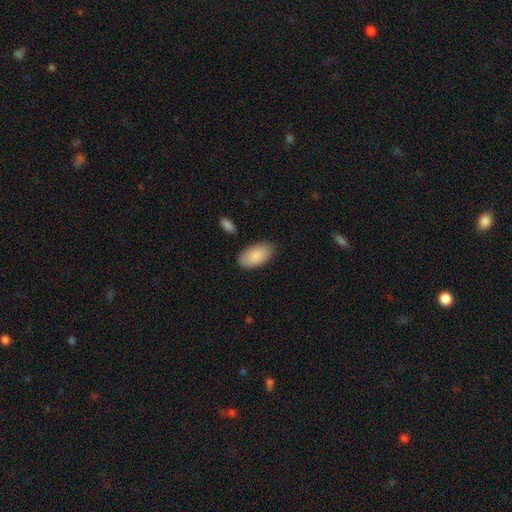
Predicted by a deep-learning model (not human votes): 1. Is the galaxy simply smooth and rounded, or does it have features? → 87% smooth, 7% featured or disk, 6% star or artifact.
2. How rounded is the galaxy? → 95% in between, 3% round, 2% cigar-shaped.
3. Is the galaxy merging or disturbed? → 81% none, 14% minor disturbance, 3% major disturbance, 2% merger.